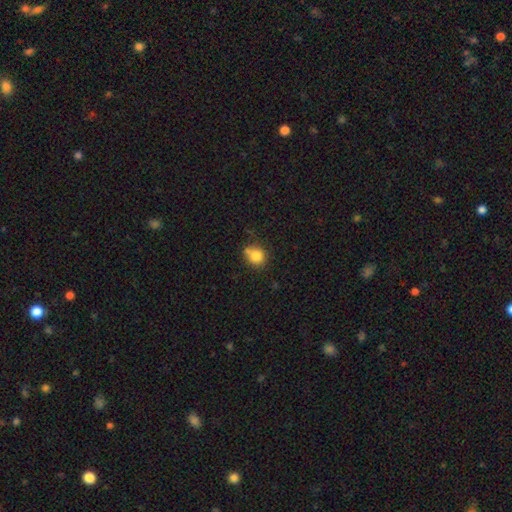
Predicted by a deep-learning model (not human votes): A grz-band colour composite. It shows a smooth galaxy with no disk features (81%) that is round (79%). Merging: none (64%).